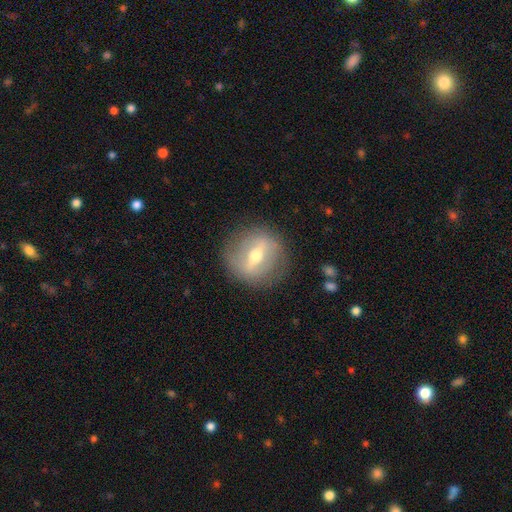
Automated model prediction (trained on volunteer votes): This is likely a featured or disk galaxy (67%). It is clearly not viewed edge-on (81%). Bar: likely strong (61%). Spiral arm pattern: likely no (74%). Central bulge: likely moderate (66%). Merging: clearly none (83%).